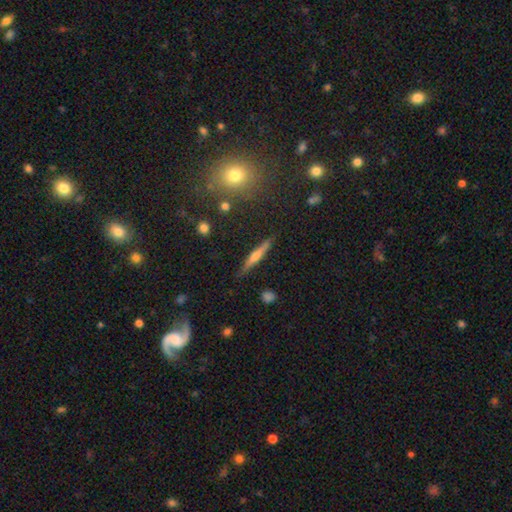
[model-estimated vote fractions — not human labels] smooth_or_featured: featured or disk (p=0.51) [alt: smooth p=0.42]
disk_edge_on: yes (p=0.95) [alt: no p=0.05]
merging: none (p=0.86) [alt: minor disturbance p=0.09]